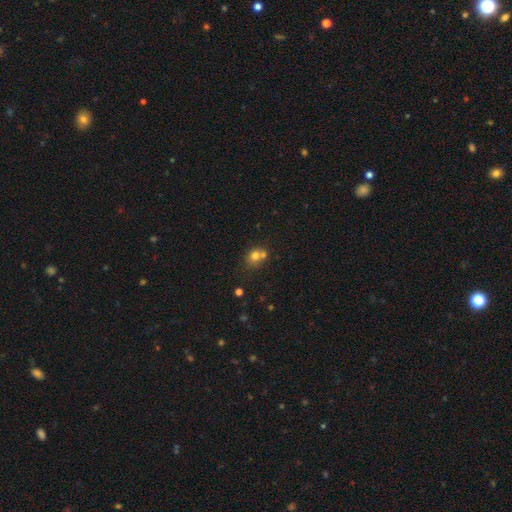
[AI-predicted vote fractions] Q: Smooth or featured?
A: smooth (74%); runner-up: star or artifact (14%)
Q: How rounded?
A: round (70%); runner-up: in between (29%)
Q: Merging?
A: merger (44%); runner-up: none (42%)